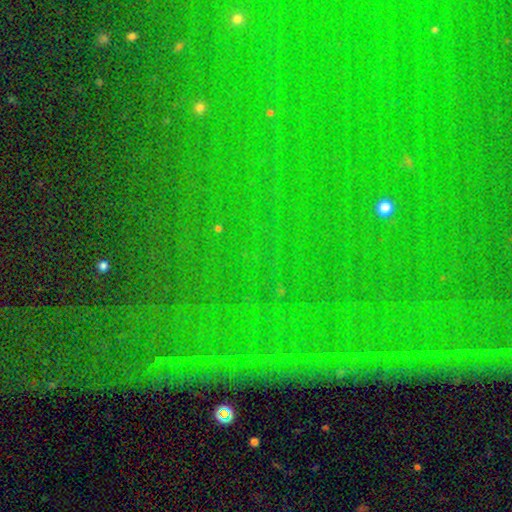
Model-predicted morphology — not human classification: This appears to be a star or artifact, not a galaxy (84%).